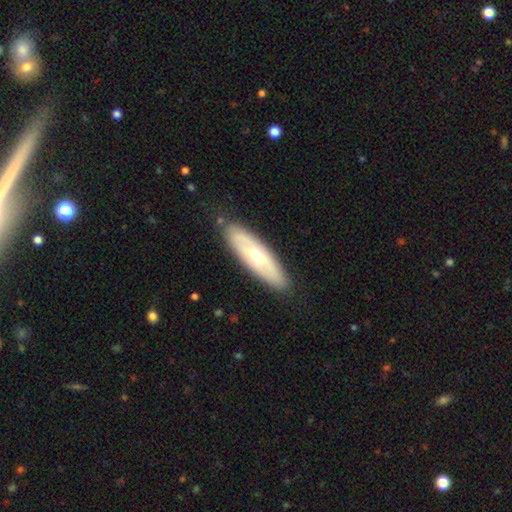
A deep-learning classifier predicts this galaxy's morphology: A featured or disk galaxy (48%).

Vote fractions:
- Smooth or featured? featured or disk: 48% / smooth: 47% / star or artifact: 5%
- Merging? none: 85% / minor disturbance: 12% / major disturbance: 2% / merger: 2%